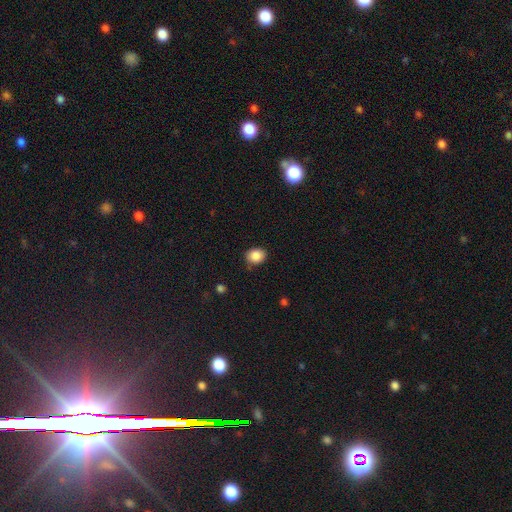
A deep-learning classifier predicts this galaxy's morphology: Smooth or featured? Predicted: smooth (p=0.87). How rounded? Predicted: round (p=0.55). Merging? Predicted: none (p=0.81).